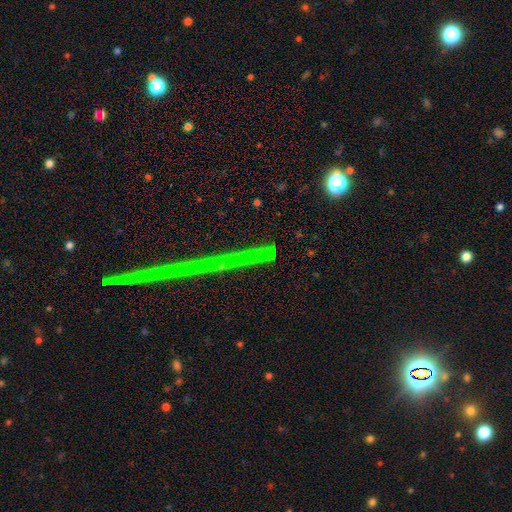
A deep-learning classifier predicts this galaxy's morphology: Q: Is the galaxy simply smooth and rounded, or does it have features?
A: star or artifact — 75%.